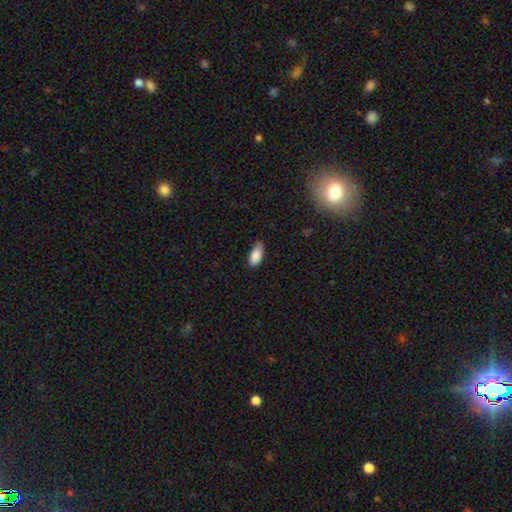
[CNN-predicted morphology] Q: Smooth or featured?
A: smooth (88%); runner-up: star or artifact (7%)
Q: How rounded?
A: in between (89%); runner-up: cigar-shaped (9%)
Q: Merging?
A: none (71%); runner-up: minor disturbance (25%)